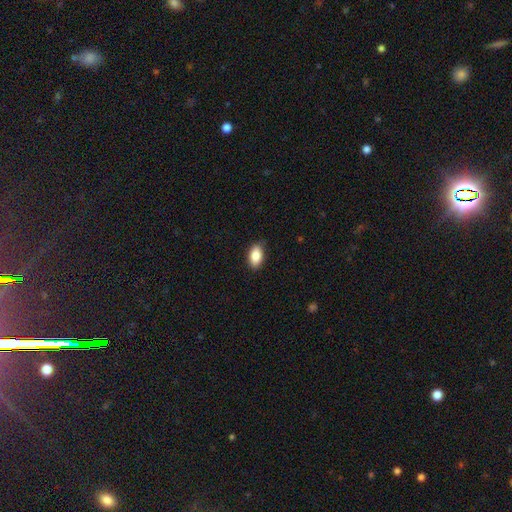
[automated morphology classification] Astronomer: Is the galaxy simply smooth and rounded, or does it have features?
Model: smooth — 86%.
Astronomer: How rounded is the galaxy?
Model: in between — 92%.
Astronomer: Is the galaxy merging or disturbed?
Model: none — 86%.